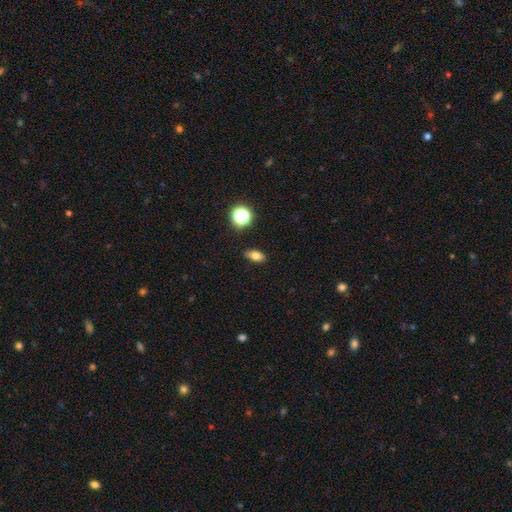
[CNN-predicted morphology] Q: Smooth or featured?
A: smooth (75%); runner-up: featured or disk (13%)
Q: How rounded?
A: in between (78%); runner-up: round (12%)
Q: Merging?
A: none (85%); runner-up: minor disturbance (11%)